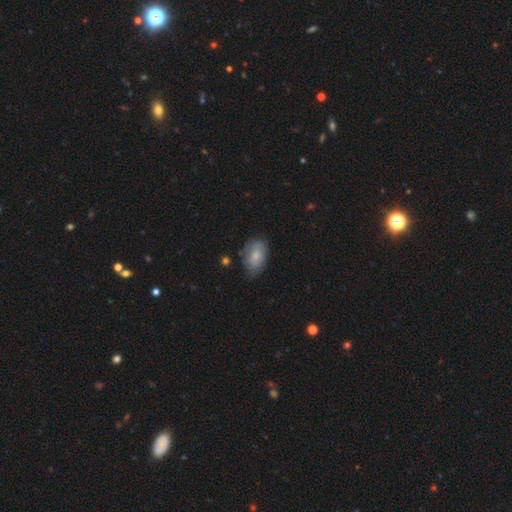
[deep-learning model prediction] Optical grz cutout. It shows a smooth galaxy with no disk features (75%) that is in between round and cigar-shaped (90%). Merging: none (67%).